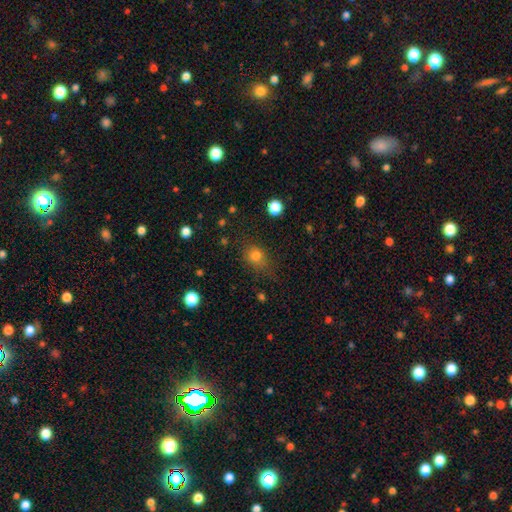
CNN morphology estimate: Smooth or featured: smooth — 79% (star or artifact — 14%)
How rounded: round — 58% (in between — 41%)
Merging: none — 66% (minor disturbance — 22%)